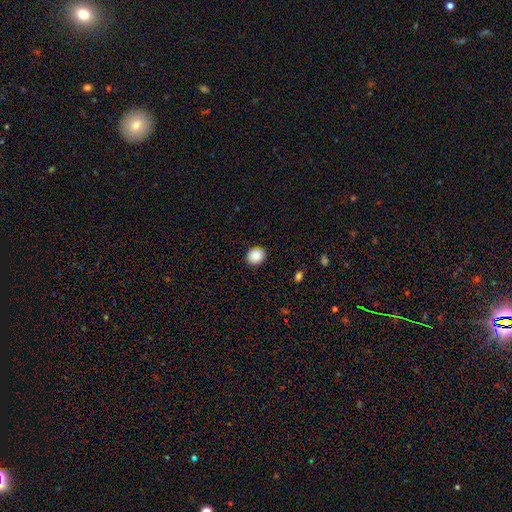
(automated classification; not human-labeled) smooth 88%, star or artifact 8%, featured or disk 3%. Down the decision tree: how rounded — round (67%); merging — none (89%).